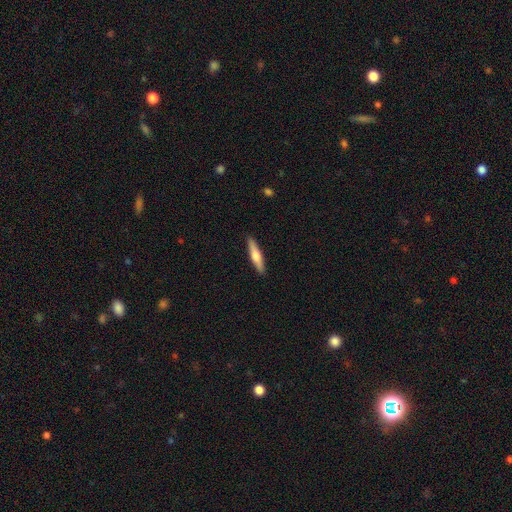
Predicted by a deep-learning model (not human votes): Q: Smooth or featured?
A: smooth (51%); runner-up: featured or disk (43%)
Q: How rounded?
A: cigar-shaped (85%); runner-up: in between (14%)
Q: Merging?
A: none (91%); runner-up: minor disturbance (7%)